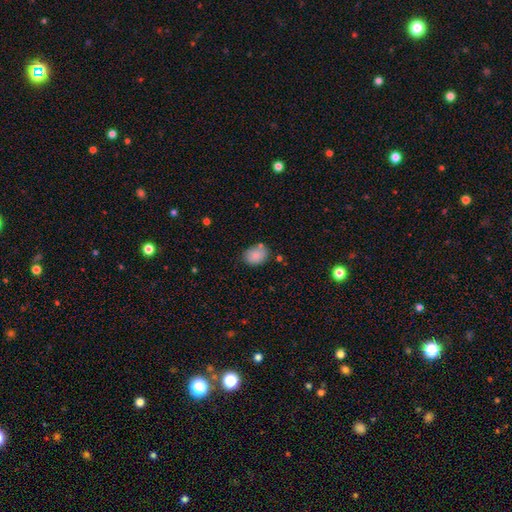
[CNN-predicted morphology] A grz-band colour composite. It shows a smooth galaxy with no disk features (85%) that is in between round and cigar-shaped (62%). Merging: none (71%).